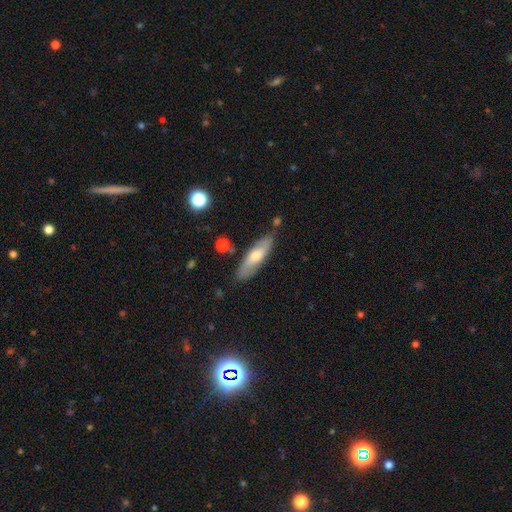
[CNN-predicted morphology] smooth_or_featured: smooth (p=0.57) [alt: featured or disk p=0.37]
how_rounded: cigar-shaped (p=0.56) [alt: in between p=0.42]
merging: none (p=0.79) [alt: minor disturbance p=0.15]